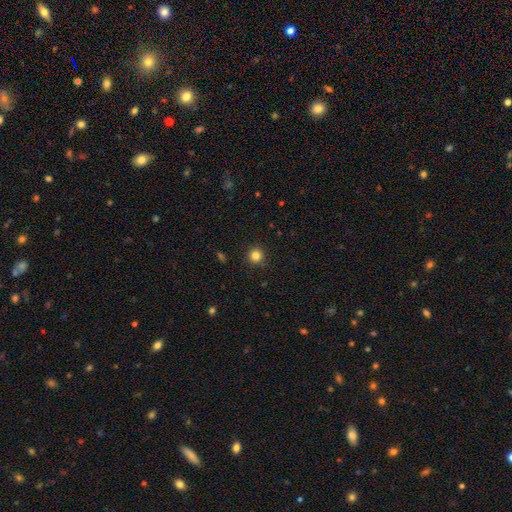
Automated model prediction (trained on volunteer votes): Smooth or featured?
  - smooth: 83% *
  - star or artifact: 13%
  - featured or disk: 5%
How rounded?
  - round: 95% *
  - in between: 4%
  - cigar-shaped: 1%
Merging?
  - none: 92% *
  - minor disturbance: 5%
  - major disturbance: 2%
  - merger: 1%